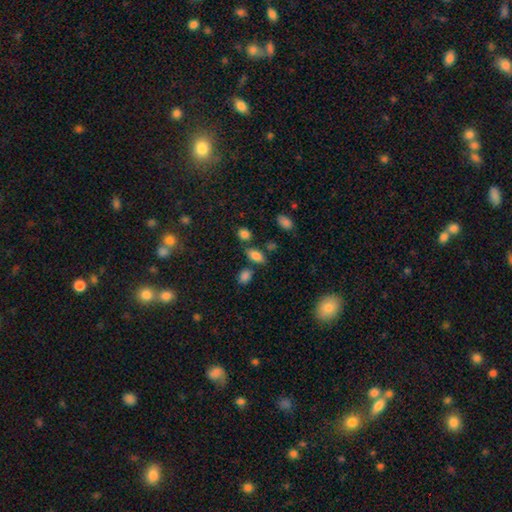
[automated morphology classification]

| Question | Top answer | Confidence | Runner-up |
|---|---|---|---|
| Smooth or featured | smooth | 78% | star or artifact (11%) |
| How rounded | in between | 86% | round (8%) |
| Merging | none | 72% | minor disturbance (14%) |